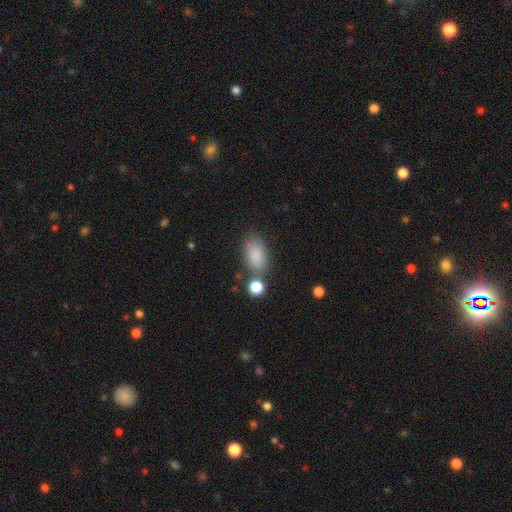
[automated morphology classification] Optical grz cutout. It shows a smooth galaxy with no disk features (85%) that is in between round and cigar-shaped (90%). Merging: none (68%).